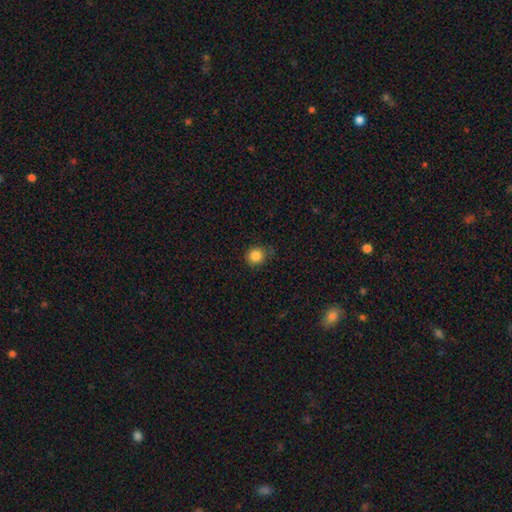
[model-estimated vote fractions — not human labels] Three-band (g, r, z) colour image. It shows a smooth galaxy with no disk features (86%) that is round (91%). Merging: none (80%).